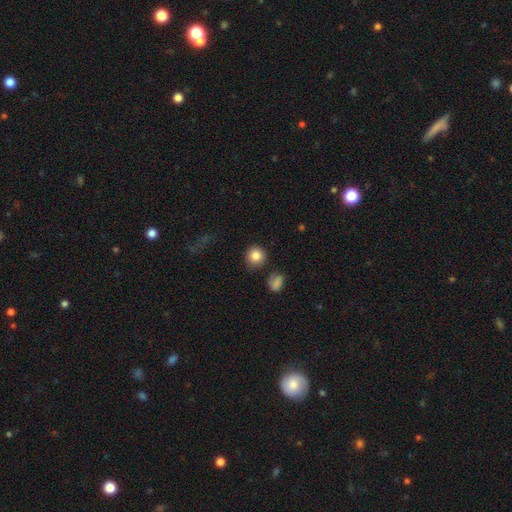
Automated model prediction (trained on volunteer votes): Smooth or featured? Predicted: smooth (p=0.85). How rounded? Predicted: round (p=0.91). Merging? Predicted: none (p=0.81).